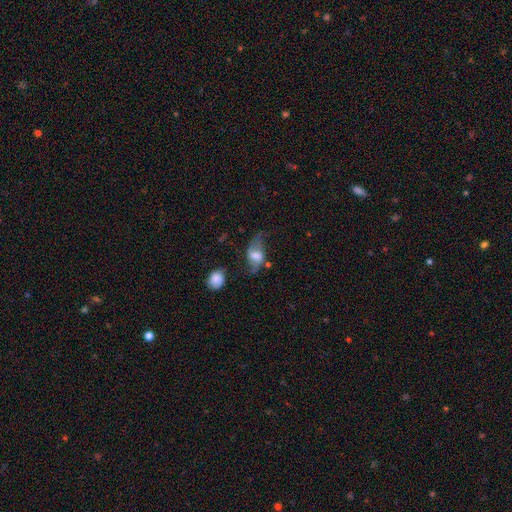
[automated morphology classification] A featured or disk galaxy (55%) with a weak bar (46%), spiral arms (80%) and a moderate central bulge (43%). Merging: none (47%).